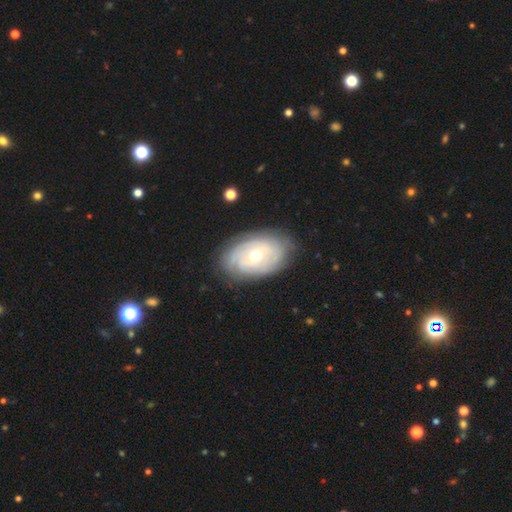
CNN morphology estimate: Smooth or featured? featured or disk (71%)
Edge-on disk? no (94%)
Bar? no (58%)
Spiral arms? yes (82%)
Spiral winding? tight (74%)
Spiral arm count? can't tell (55%)
Bulge size? moderate (59%)
Merging? none (79%)